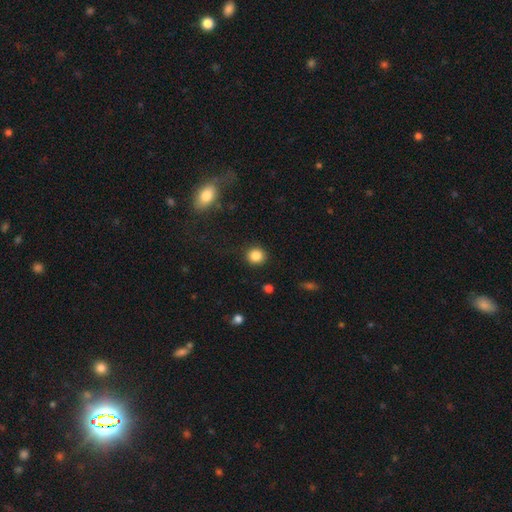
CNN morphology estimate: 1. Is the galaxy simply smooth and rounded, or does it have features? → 85% smooth, 10% star or artifact, 4% featured or disk.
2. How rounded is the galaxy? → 90% round, 9% in between, 1% cigar-shaped.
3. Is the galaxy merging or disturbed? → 90% none, 6% minor disturbance, 2% major disturbance, 1% merger.